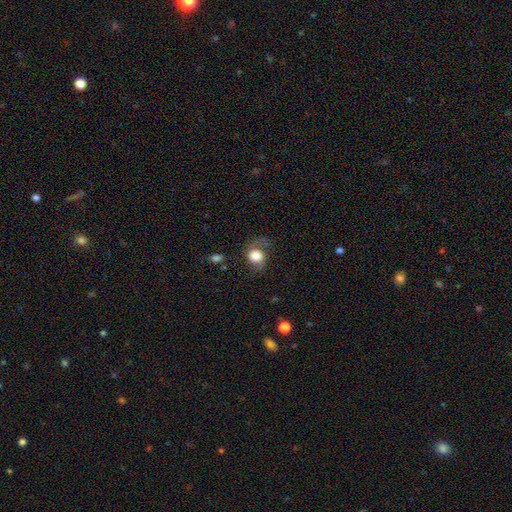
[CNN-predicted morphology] Smooth or featured? smooth (56%)
How rounded? round (67%)
Merging? none (49%)